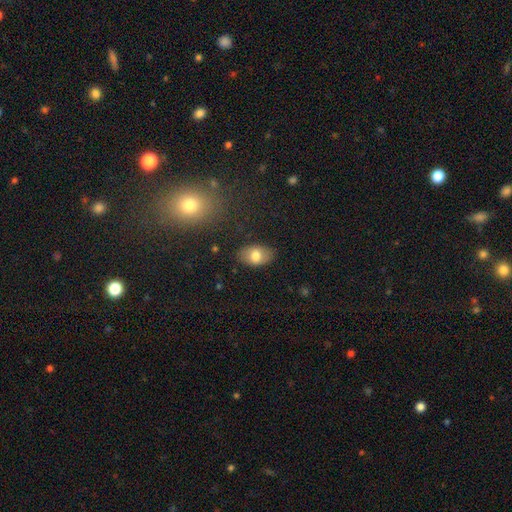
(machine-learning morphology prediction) smooth 74%, featured or disk 18%, star or artifact 8%. Down the decision tree: how rounded — in between (89%); merging — none (83%).